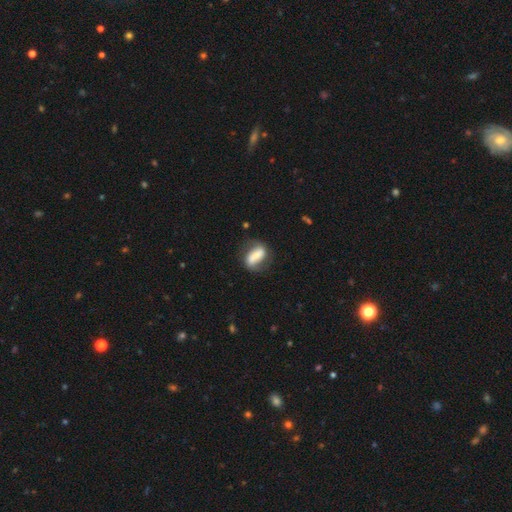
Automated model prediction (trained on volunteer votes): Smooth or featured? featured or disk (49%)
Merging? none (63%)